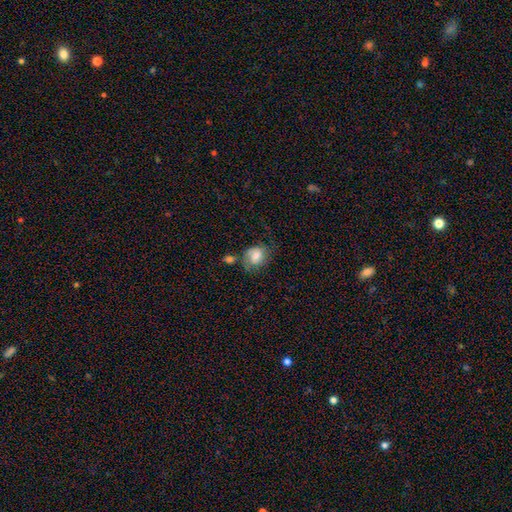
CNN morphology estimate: smooth-or-featured: smooth: 56% | featured or disk: 35% | star or artifact: 9%
  how-rounded: round: 50% | in between: 49% | cigar-shaped: 1%
  merging: none: 49% | minor disturbance: 25% | major disturbance: 13% | merger: 12%